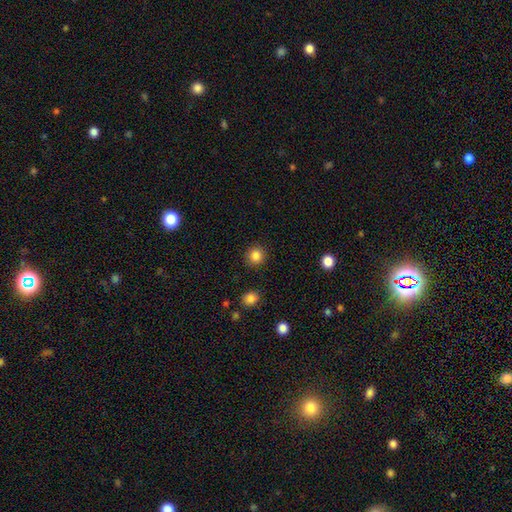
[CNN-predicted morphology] smooth-or-featured: smooth: 85% | star or artifact: 11% | featured or disk: 4%
  how-rounded: round: 92% | in between: 7% | cigar-shaped: 1%
  merging: none: 90% | minor disturbance: 6% | major disturbance: 2% | merger: 1%